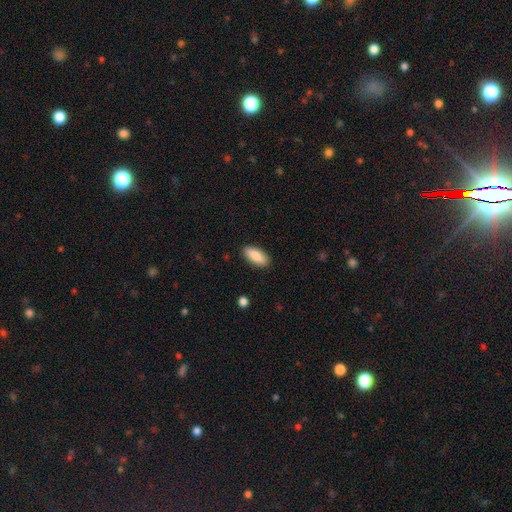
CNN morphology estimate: This is clearly a smooth galaxy (86%). How rounded: clearly in between (84%). Merging: clearly none (89%).